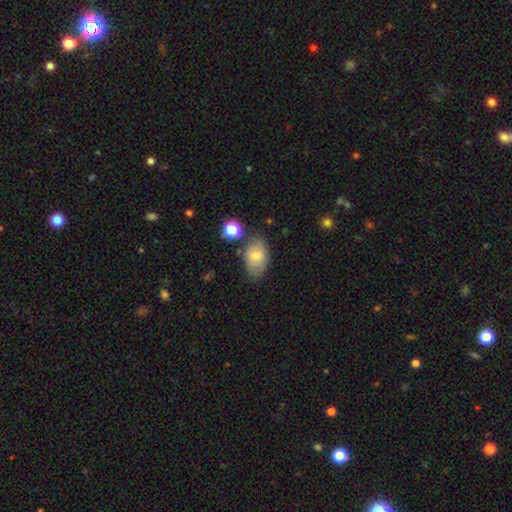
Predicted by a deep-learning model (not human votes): The model was most divided on "smooth or featured": smooth: 68%, featured or disk: 24%, star or artifact: 9%. More confident: how rounded — in between (86%); merging — none (67%).